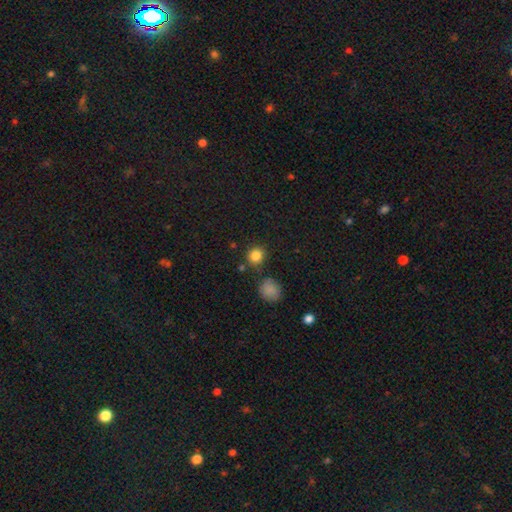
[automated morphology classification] This appears to be a smooth galaxy with no disk features (84%) that is round (85%). Merging: none (79%).